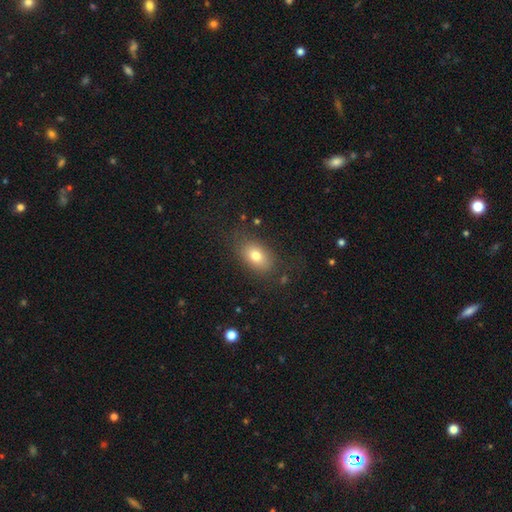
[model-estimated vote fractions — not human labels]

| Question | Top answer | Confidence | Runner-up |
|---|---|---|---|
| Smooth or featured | smooth | 77% | featured or disk (14%) |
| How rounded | in between | 84% | round (14%) |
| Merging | none | 77% | minor disturbance (15%) |